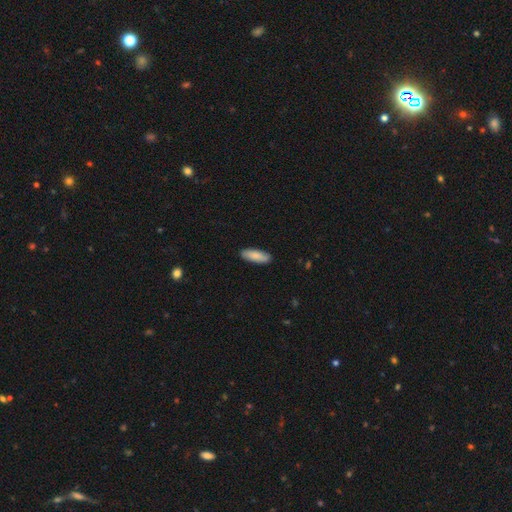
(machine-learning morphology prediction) The model was most divided on "how rounded": in between: 63%, cigar-shaped: 36%, round: 2%. More confident: merging — none (87%); smooth or featured — smooth (82%).